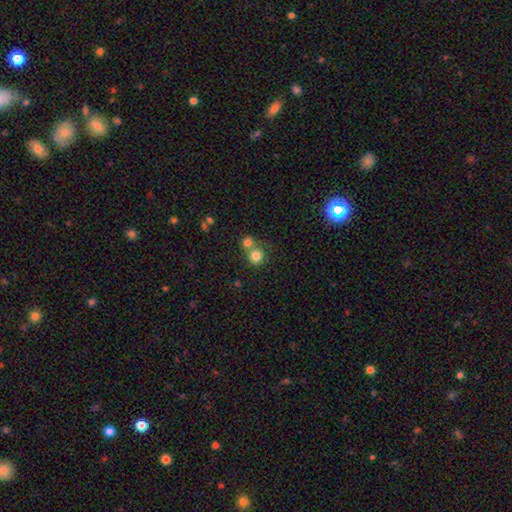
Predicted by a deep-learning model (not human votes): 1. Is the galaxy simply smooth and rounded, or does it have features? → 80% smooth, 12% star or artifact, 8% featured or disk.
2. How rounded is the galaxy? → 90% round, 9% in between, 1% cigar-shaped.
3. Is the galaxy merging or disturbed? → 50% none, 41% merger, 6% minor disturbance, 3% major disturbance.